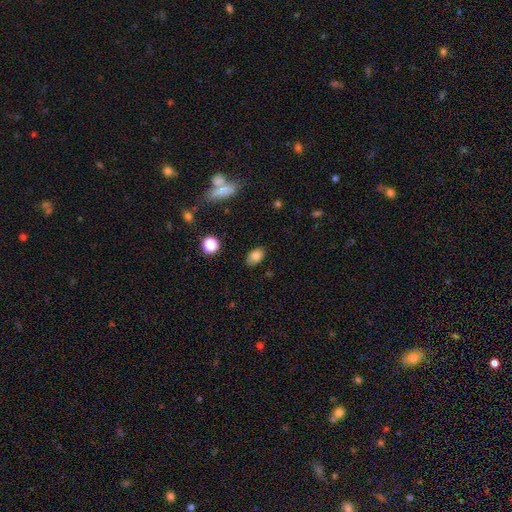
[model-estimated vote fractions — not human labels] This appears to be a smooth galaxy with no disk features (82%) that is in between round and cigar-shaped (87%). Merging: none (81%).